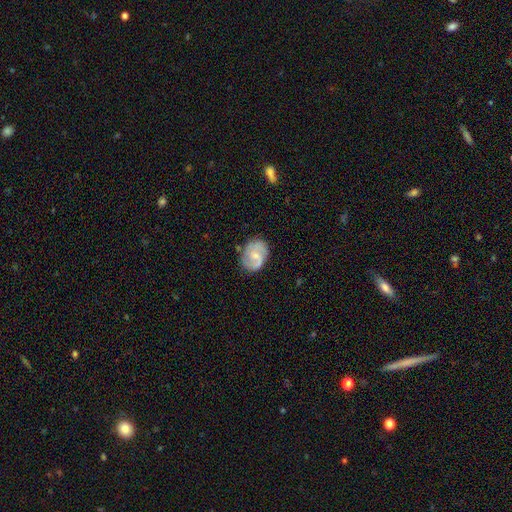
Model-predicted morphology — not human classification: Q: Smooth or featured?
A: featured or disk (69%); runner-up: smooth (25%)
Q: Edge-on disk?
A: no (98%); runner-up: yes (2%)
Q: Bar?
A: no (54%); runner-up: weak (41%)
Q: Spiral arms?
A: yes (89%); runner-up: no (11%)
Q: Spiral winding?
A: medium (48%); runner-up: tight (31%)
Q: Spiral arm count?
A: 2 (75%); runner-up: can't tell (12%)
Q: Bulge size?
A: small (56%); runner-up: moderate (36%)
Q: Merging?
A: none (72%); runner-up: minor disturbance (20%)